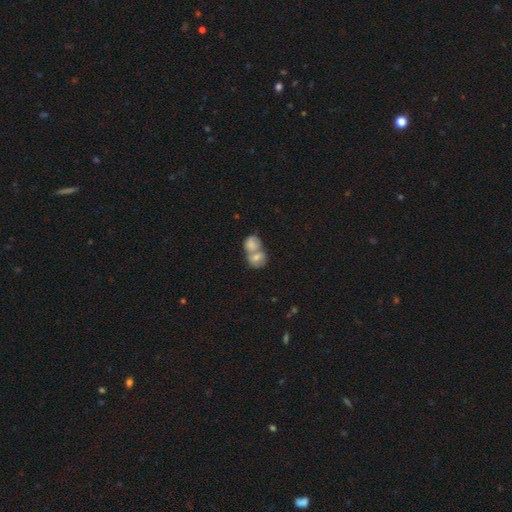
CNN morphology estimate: smooth_or_featured: smooth (p=0.69) [alt: featured or disk p=0.23]
how_rounded: round (p=0.52) [alt: in between p=0.47]
merging: merger (p=0.75) [alt: none p=0.16]